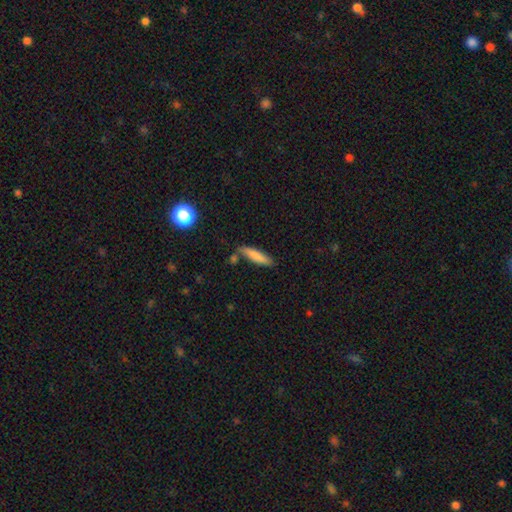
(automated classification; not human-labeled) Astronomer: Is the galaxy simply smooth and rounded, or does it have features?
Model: smooth — 79%.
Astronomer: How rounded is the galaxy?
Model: cigar-shaped — 76%.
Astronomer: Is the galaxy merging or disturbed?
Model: none — 73%.